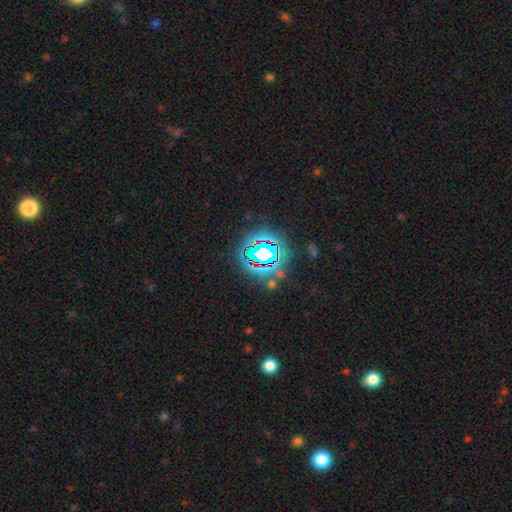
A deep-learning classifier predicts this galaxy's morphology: star or artifact 79%, smooth 13%, featured or disk 9%.